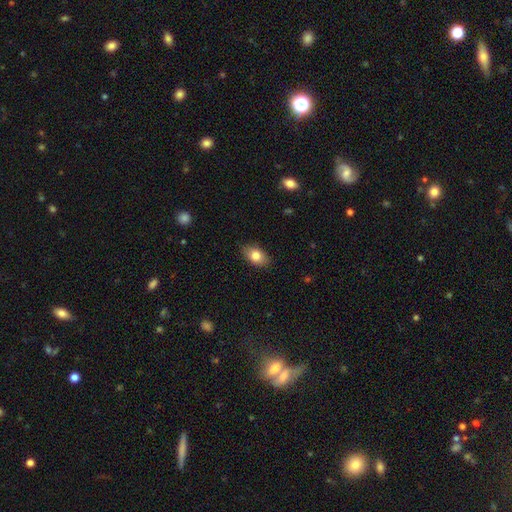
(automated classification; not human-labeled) smooth 81%, featured or disk 11%, star or artifact 8%. Down the decision tree: how rounded — in between (88%); merging — none (86%).